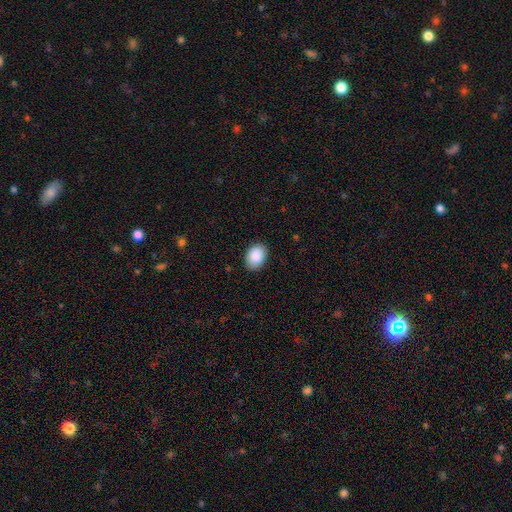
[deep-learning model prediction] smooth-or-featured: smooth: 90% | star or artifact: 6% | featured or disk: 4%
  how-rounded: in between: 80% | round: 19% | cigar-shaped: 1%
  merging: none: 87% | minor disturbance: 10% | major disturbance: 2% | merger: 1%